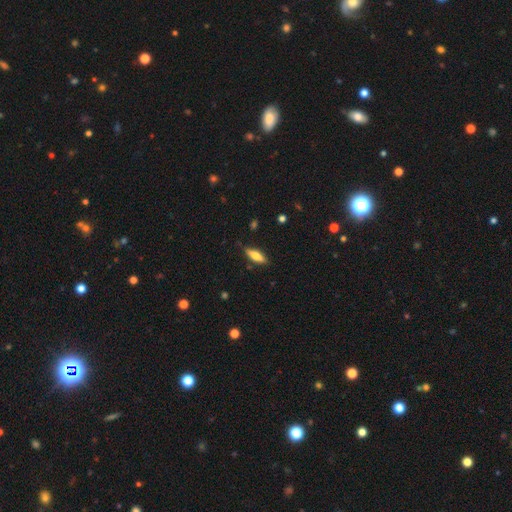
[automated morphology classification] This is likely a smooth galaxy (67%). How rounded: possibly in between (55%). Merging: clearly none (83%).